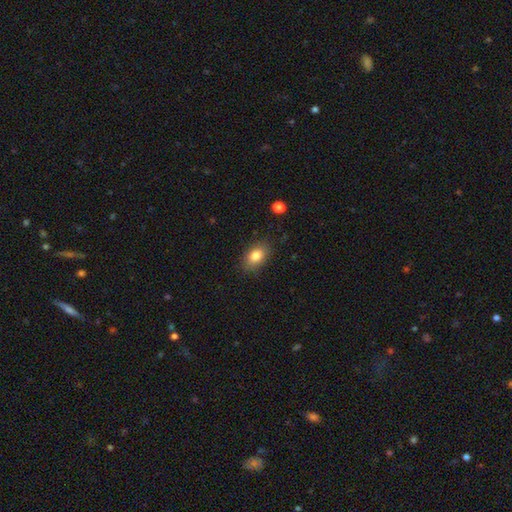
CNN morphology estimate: type=smooth (82%); roundness=in between (86%); merging=none (84%).